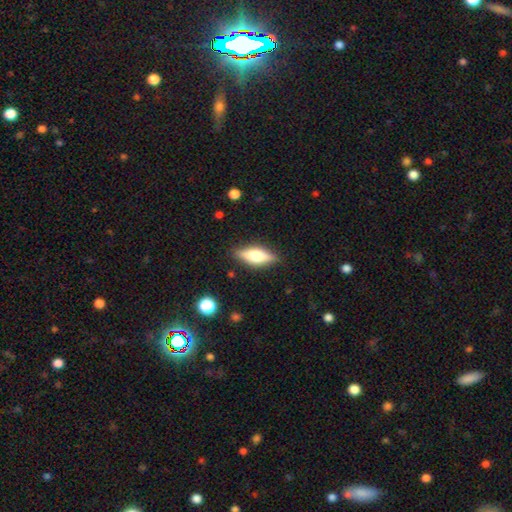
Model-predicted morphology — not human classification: Smooth or featured?
  - smooth: 50% *
  - featured or disk: 42%
  - star or artifact: 7%
How rounded?
  - in between: 66% *
  - cigar-shaped: 31%
  - round: 4%
Merging?
  - none: 86% *
  - minor disturbance: 11%
  - major disturbance: 2%
  - merger: 1%